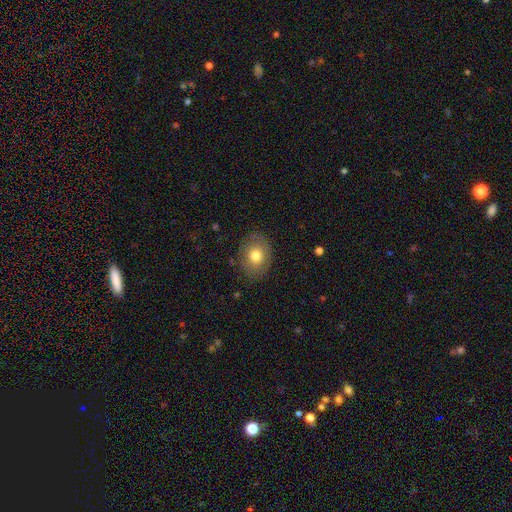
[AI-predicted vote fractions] The model was most divided on "how rounded": in between: 54%, round: 45%, cigar-shaped: 1%. More confident: merging — none (82%); smooth or featured — smooth (74%).